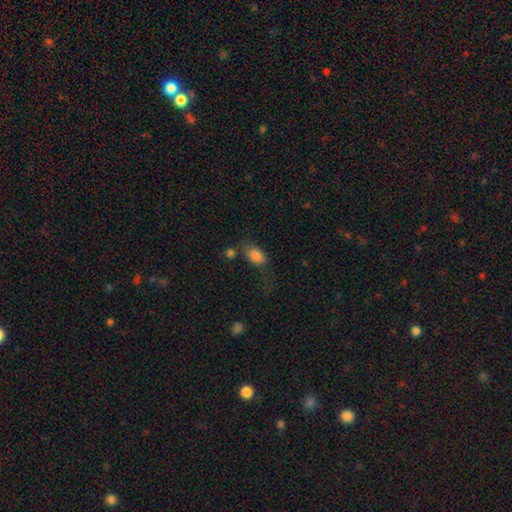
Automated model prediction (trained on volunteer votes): smooth-or-featured: smooth: 84% | star or artifact: 10% | featured or disk: 6%
  how-rounded: in between: 87% | round: 11% | cigar-shaped: 2%
  merging: none: 48% | minor disturbance: 24% | major disturbance: 15% | merger: 12%